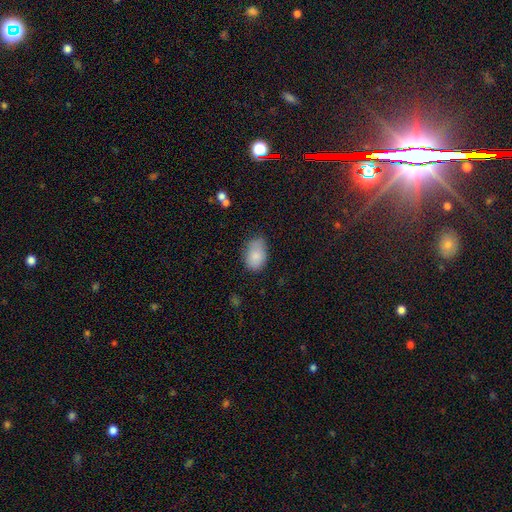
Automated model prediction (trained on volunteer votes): A smooth galaxy with no disk features (84%) that is in between round and cigar-shaped (87%). Merging: none (64%).